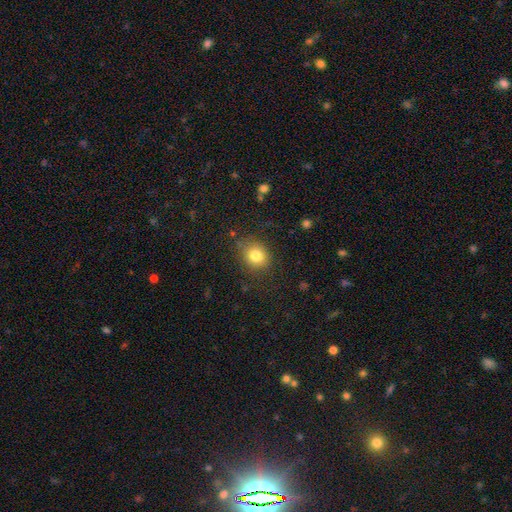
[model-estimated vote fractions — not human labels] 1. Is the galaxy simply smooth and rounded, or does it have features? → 81% smooth, 11% star or artifact, 9% featured or disk.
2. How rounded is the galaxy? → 65% round, 34% in between, 1% cigar-shaped.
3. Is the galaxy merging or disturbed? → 78% none, 15% minor disturbance, 5% major disturbance, 2% merger.